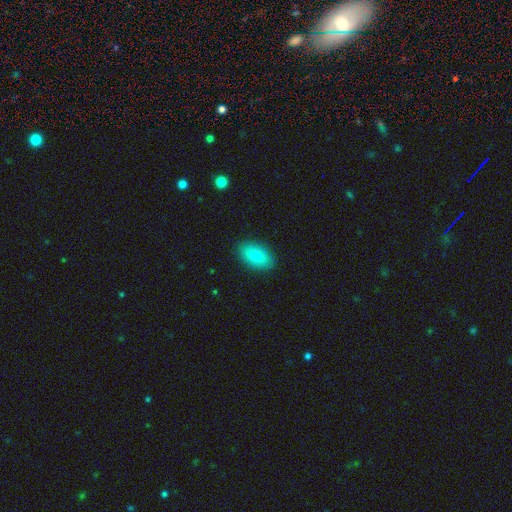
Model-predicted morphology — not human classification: smooth_or_featured: smooth (p=0.81) [alt: featured or disk p=0.12]
how_rounded: in between (p=0.92) [alt: round p=0.06]
merging: none (p=0.88) [alt: minor disturbance p=0.09]